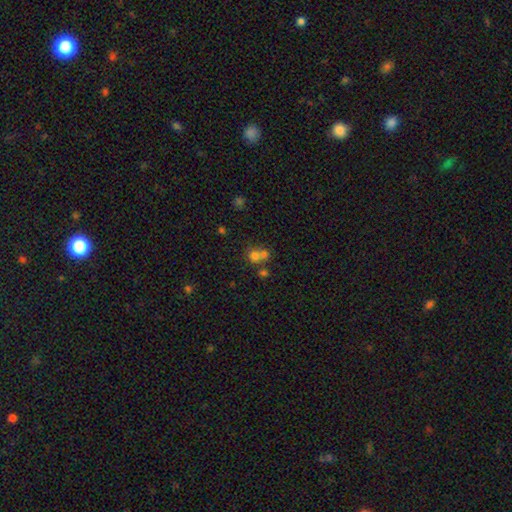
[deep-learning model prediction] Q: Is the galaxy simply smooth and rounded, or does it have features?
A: smooth — 68%.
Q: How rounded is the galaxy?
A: round — 80%.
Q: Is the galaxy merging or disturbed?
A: merger — 55%.